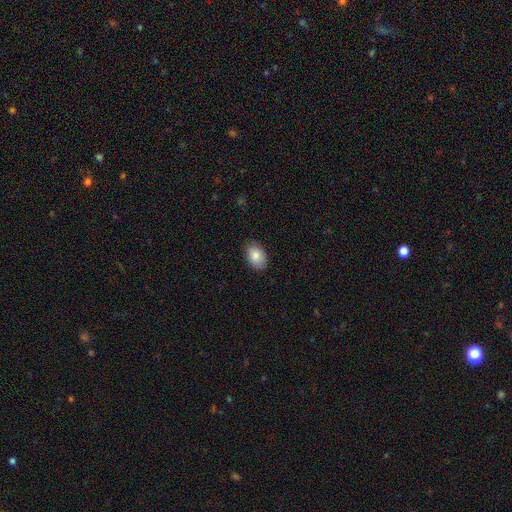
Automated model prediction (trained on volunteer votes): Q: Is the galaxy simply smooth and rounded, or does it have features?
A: smooth — 85%.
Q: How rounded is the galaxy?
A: in between — 87%.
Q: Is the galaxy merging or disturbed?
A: none — 85%.